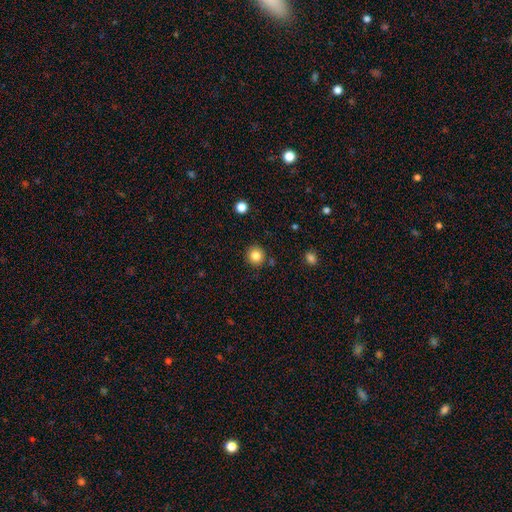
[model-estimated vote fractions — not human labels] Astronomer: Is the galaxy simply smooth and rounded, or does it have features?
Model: smooth — 83%.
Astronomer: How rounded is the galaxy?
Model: round — 94%.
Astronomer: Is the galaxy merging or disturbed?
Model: none — 88%.